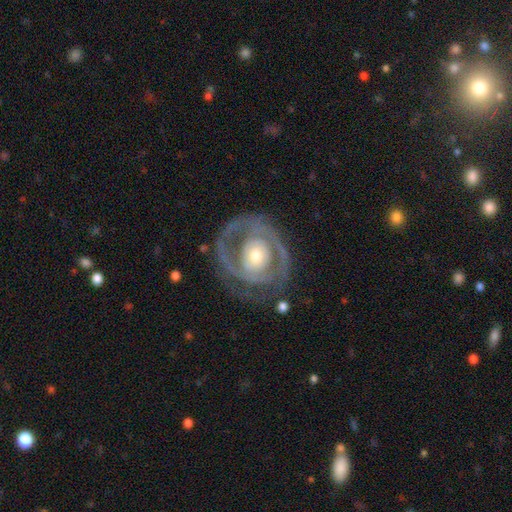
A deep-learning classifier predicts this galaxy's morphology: This is clearly a featured or disk galaxy (80%). It is clearly not viewed edge-on (97%). Bar: likely no (72%). Spiral arm pattern: likely yes (69%). Spiral arm count: possibly 2 (47%). Spiral winding: possibly tight (55%). Central bulge: likely moderate (62%). Merging: likely none (63%).